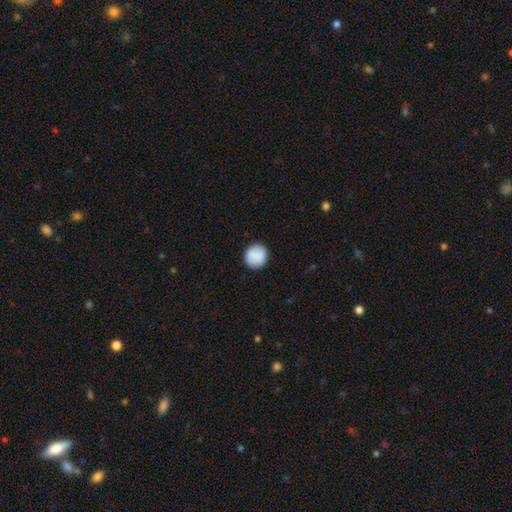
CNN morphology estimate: Smooth or featured? Predicted: smooth (p=0.89). How rounded? Predicted: round (p=0.90). Merging? Predicted: none (p=0.90).